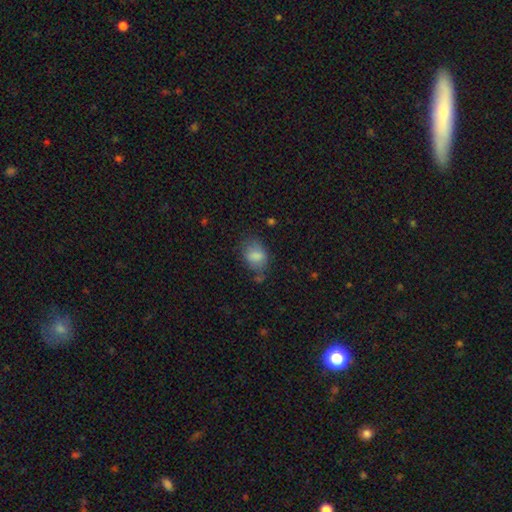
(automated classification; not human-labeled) Q: Smooth or featured?
A: smooth (78%); runner-up: featured or disk (13%)
Q: How rounded?
A: in between (70%); runner-up: round (29%)
Q: Merging?
A: none (50%); runner-up: minor disturbance (29%)